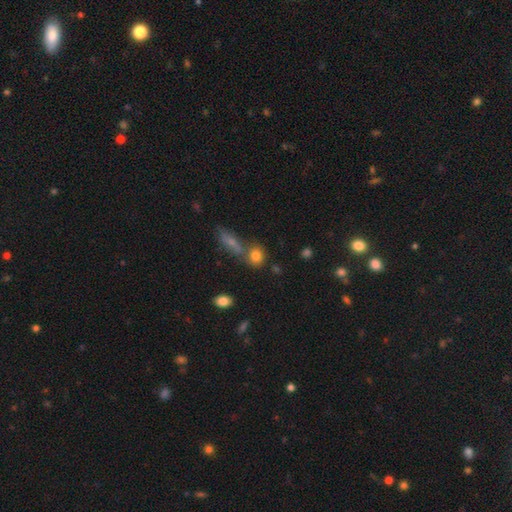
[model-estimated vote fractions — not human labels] This appears to be a smooth galaxy with no disk features (81%) that is round (62%). Merging: none (60%).